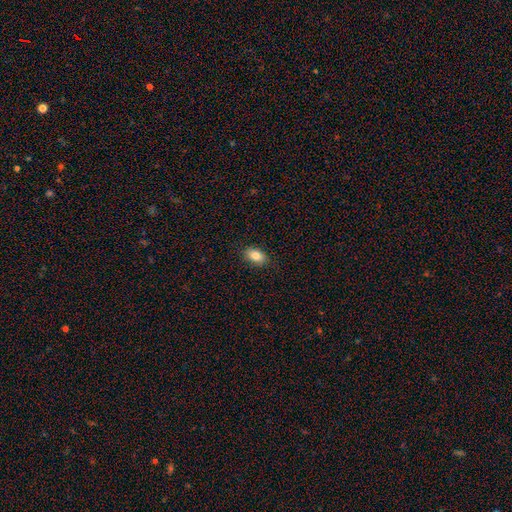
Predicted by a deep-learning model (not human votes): Q: Smooth or featured?
A: smooth (84%); runner-up: star or artifact (8%)
Q: How rounded?
A: in between (88%); runner-up: round (10%)
Q: Merging?
A: none (88%); runner-up: minor disturbance (9%)